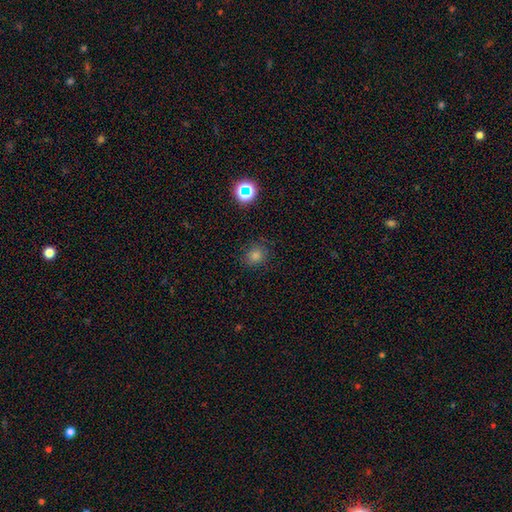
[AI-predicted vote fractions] Q: Smooth or featured?
A: smooth (74%); runner-up: star or artifact (20%)
Q: How rounded?
A: round (78%); runner-up: in between (21%)
Q: Merging?
A: none (84%); runner-up: minor disturbance (11%)